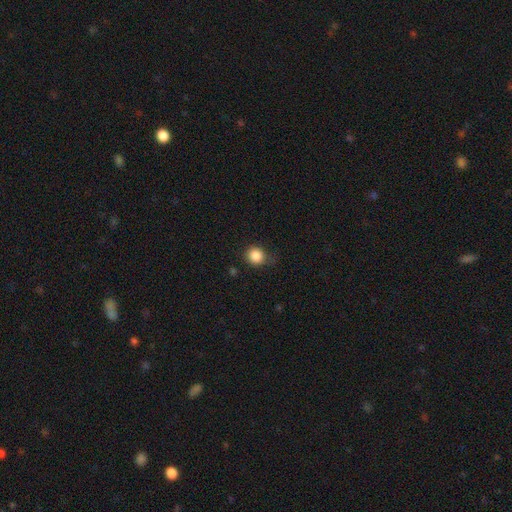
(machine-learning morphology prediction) type=smooth (86%); roundness=round (87%); merging=none (73%).